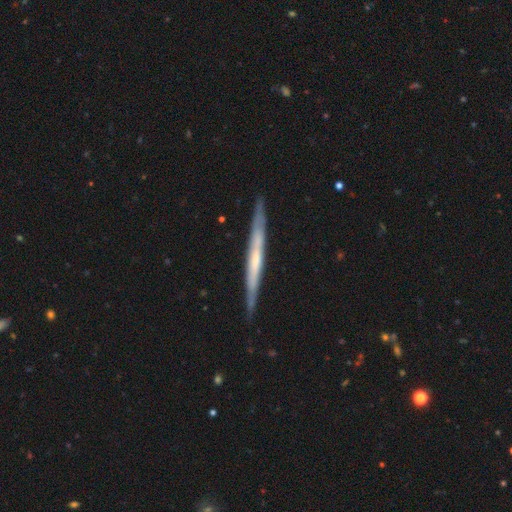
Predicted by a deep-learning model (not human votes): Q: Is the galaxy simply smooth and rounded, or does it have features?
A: featured or disk — 66%.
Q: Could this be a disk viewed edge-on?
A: yes — 95%.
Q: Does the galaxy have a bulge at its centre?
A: none — 71%.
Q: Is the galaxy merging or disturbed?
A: none — 87%.